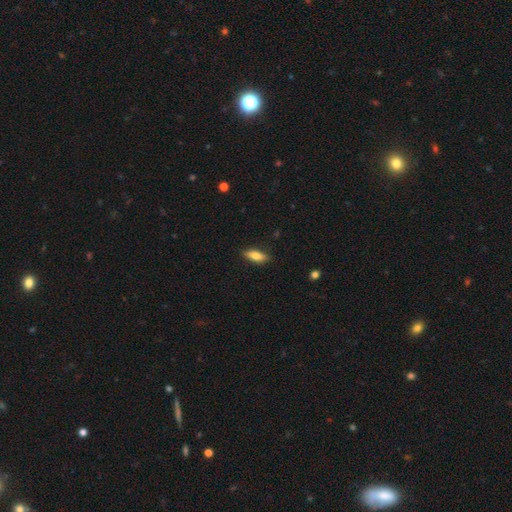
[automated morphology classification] smooth_or_featured: smooth (p=0.72) [alt: featured or disk p=0.21]
how_rounded: in between (p=0.64) [alt: cigar-shaped p=0.34]
merging: none (p=0.86) [alt: minor disturbance p=0.11]